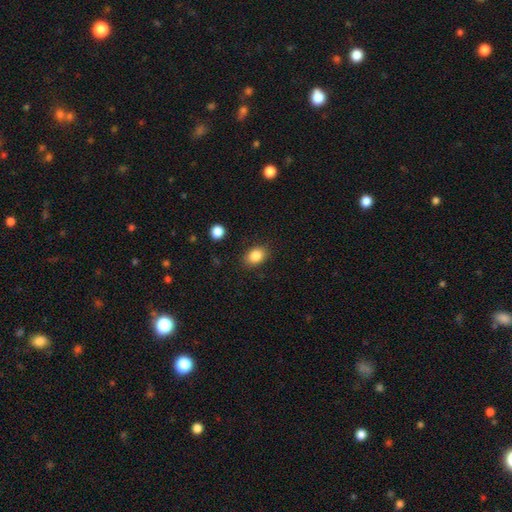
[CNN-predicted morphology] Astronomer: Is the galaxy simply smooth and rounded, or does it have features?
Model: smooth — 85%.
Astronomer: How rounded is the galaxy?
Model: in between — 70%.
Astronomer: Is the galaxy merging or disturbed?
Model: none — 85%.